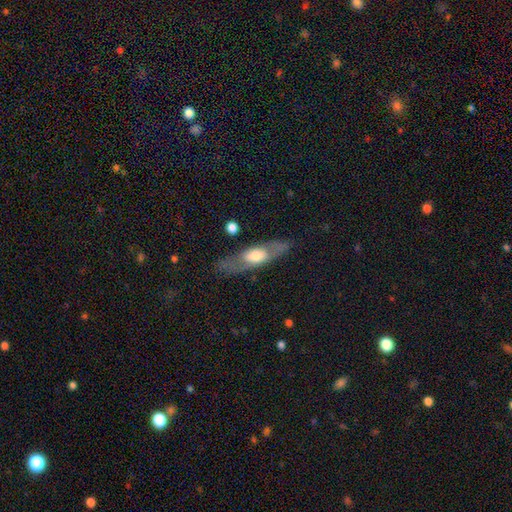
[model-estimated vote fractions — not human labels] Smooth or featured?
  - featured or disk: 54% *
  - smooth: 40%
  - star or artifact: 6%
Edge-on disk?
  - yes: 54% *
  - no: 46%
Merging?
  - none: 79% *
  - minor disturbance: 13%
  - major disturbance: 6%
  - merger: 2%